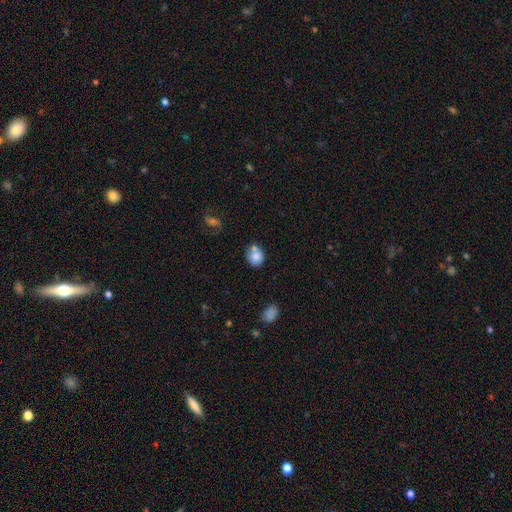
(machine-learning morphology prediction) Smooth or featured? Predicted: smooth (p=0.80). How rounded? Predicted: round (p=0.71). Merging? Predicted: none (p=0.54).